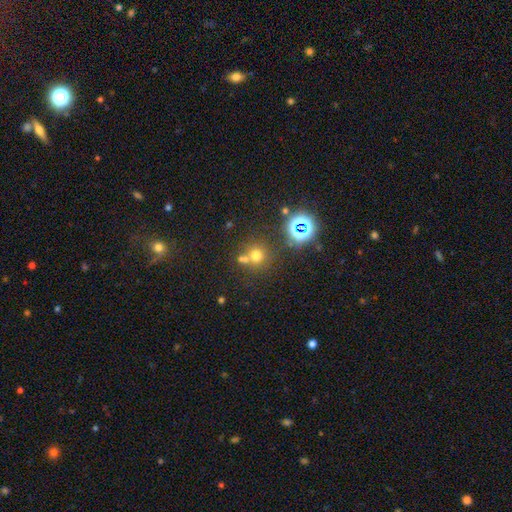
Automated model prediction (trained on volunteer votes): This appears to be a smooth galaxy with no disk features (64%) that is round (90%). Merging: none (63%).